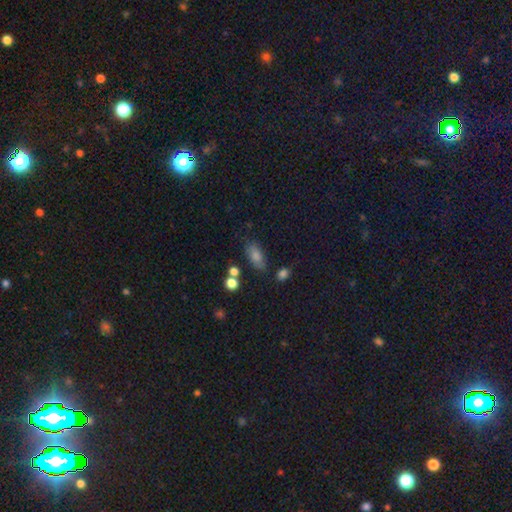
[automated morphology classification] smooth-or-featured: smooth: 73% | star or artifact: 15% | featured or disk: 11%
  how-rounded: in between: 84% | cigar-shaped: 10% | round: 6%
  merging: none: 73% | minor disturbance: 15% | merger: 7% | major disturbance: 4%